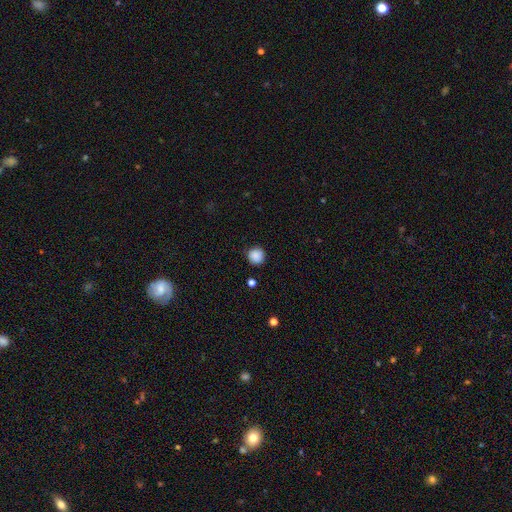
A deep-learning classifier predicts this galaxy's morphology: Smooth or featured? smooth (87%)
How rounded? round (94%)
Merging? none (87%)